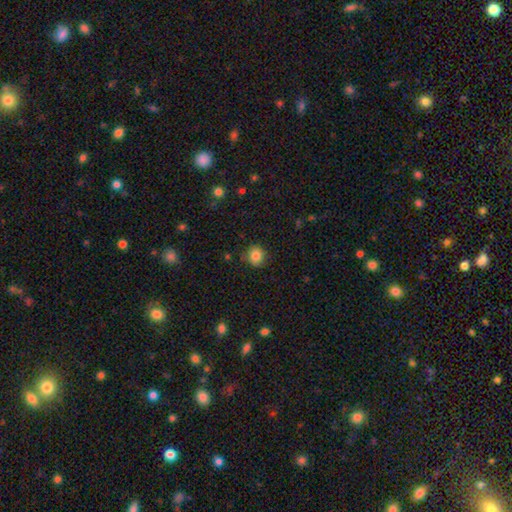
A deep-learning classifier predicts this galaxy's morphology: smooth 83%, star or artifact 10%, featured or disk 7%. Down the decision tree: how rounded — round (83%); merging — none (81%).